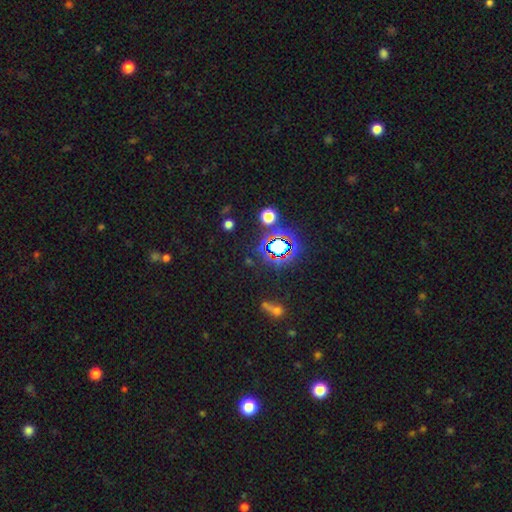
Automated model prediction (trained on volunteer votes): Overall: star or artifact (62%; smooth 26%).